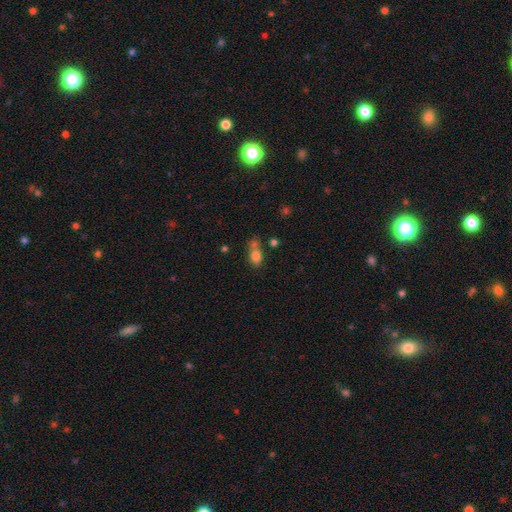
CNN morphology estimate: Q: Smooth or featured?
A: smooth (78%); runner-up: star or artifact (12%)
Q: How rounded?
A: in between (78%); runner-up: round (18%)
Q: Merging?
A: none (40%); runner-up: merger (38%)